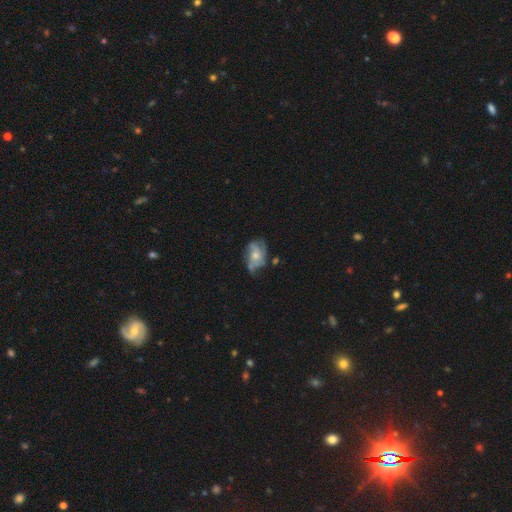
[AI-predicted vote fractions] smooth-or-featured: featured or disk: 67% | smooth: 25% | star or artifact: 8%
  disk-edge-on: no: 97% | yes: 3%
    bar: no: 77% | weak: 19% | strong: 3%
    has-spiral-arms: yes: 76% | no: 24%
    bulge-size: moderate: 54% | small: 36% | large: 5% | none: 4% | dominant: 1%
  merging: none: 49% | minor disturbance: 28% | major disturbance: 19% | merger: 4%